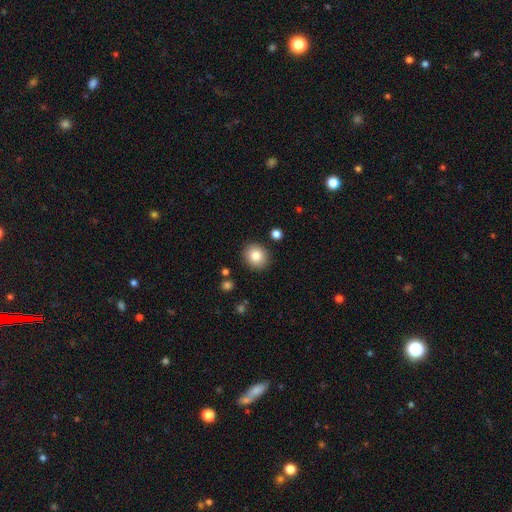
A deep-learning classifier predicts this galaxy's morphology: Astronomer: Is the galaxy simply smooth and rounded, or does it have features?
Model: smooth — 83%.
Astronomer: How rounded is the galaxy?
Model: round — 78%.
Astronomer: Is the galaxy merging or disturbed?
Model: none — 89%.